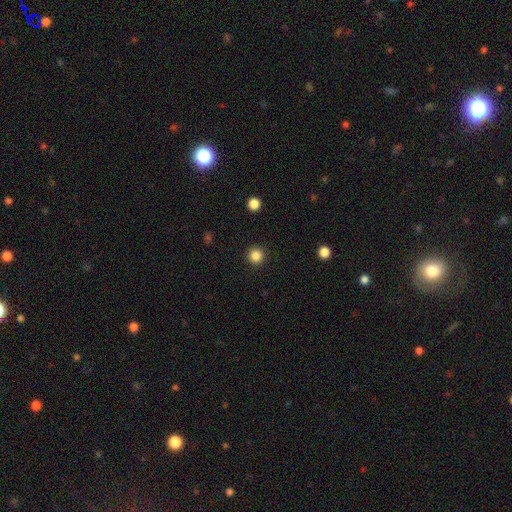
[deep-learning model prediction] This is clearly a smooth galaxy (85%). How rounded: clearly round (96%). Merging: clearly none (93%).